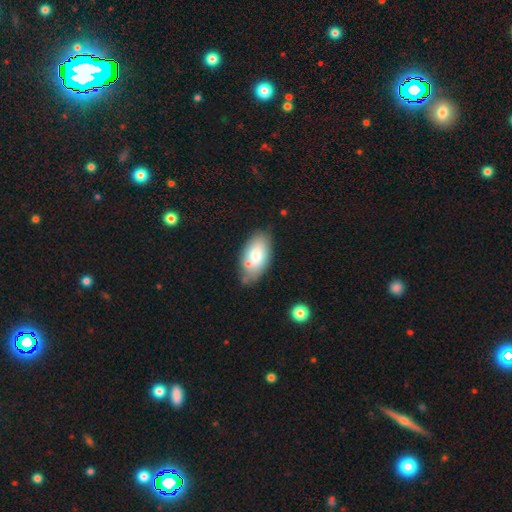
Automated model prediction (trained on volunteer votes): Smooth or featured? Predicted: smooth (p=0.72). How rounded? Predicted: in between (p=0.93). Merging? Predicted: none (p=0.66).